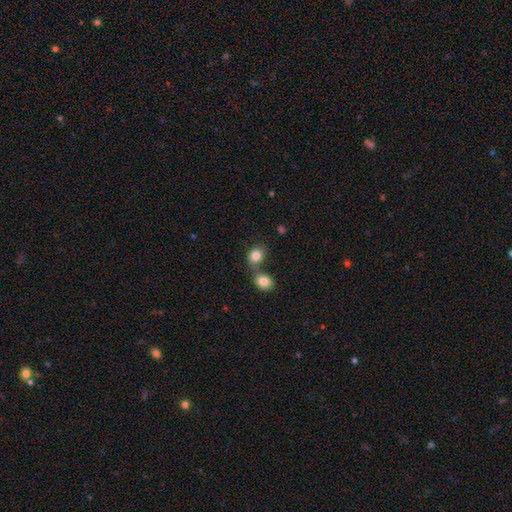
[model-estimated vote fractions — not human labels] smooth_or_featured: smooth (p=0.83) [alt: star or artifact p=0.09]
how_rounded: round (p=0.60) [alt: in between p=0.38]
merging: merger (p=0.48) [alt: none p=0.39]